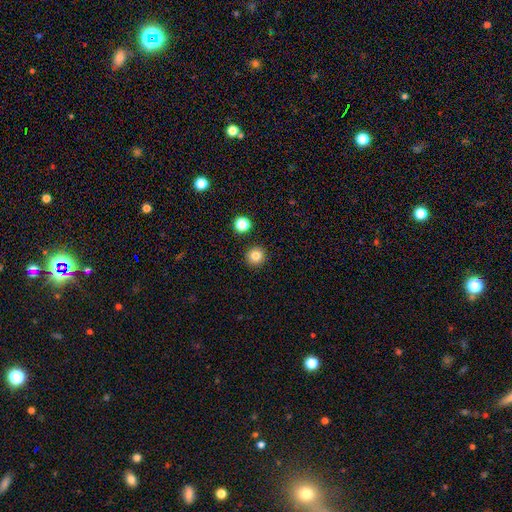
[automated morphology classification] The model was most divided on "smooth or featured": smooth: 82%, star or artifact: 12%, featured or disk: 6%. More confident: how rounded — round (94%); merging — none (91%).